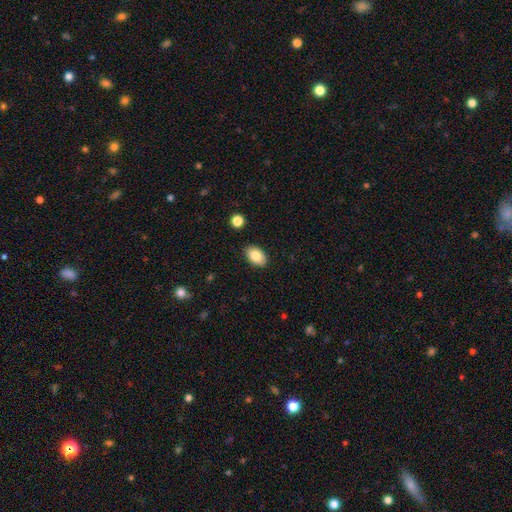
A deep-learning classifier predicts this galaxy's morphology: Overall: smooth (83%). How rounded: in between (90%). Merging: none (88%).